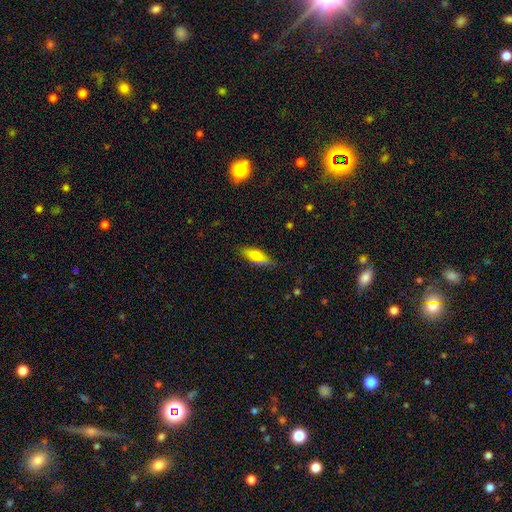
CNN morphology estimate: A smooth galaxy with no disk features (67%) that is in between round and cigar-shaped (74%). Merging: none (73%).